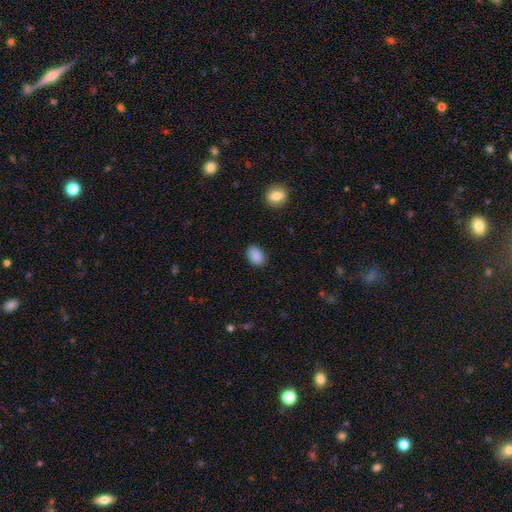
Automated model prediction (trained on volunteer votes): The model was most divided on "how rounded": in between: 81%, round: 18%, cigar-shaped: 1%. More confident: smooth or featured — smooth (88%); merging — none (83%).